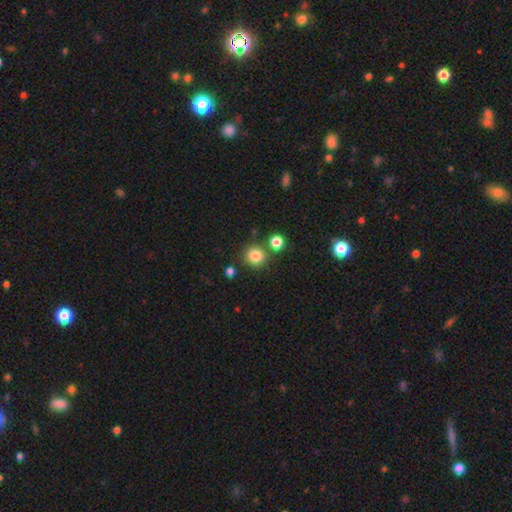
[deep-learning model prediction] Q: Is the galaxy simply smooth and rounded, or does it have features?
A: smooth — 83%.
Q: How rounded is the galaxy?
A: round — 90%.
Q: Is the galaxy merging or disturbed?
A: none — 78%.